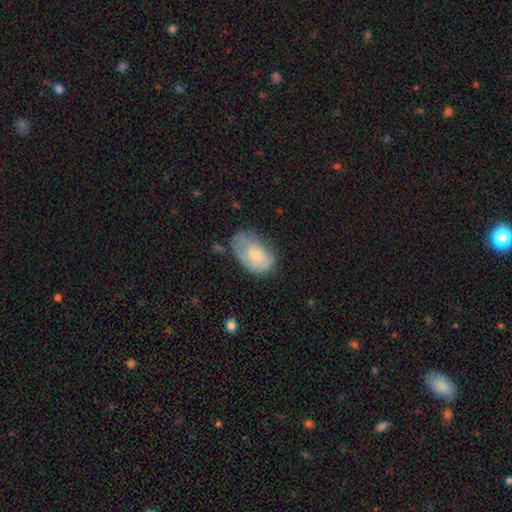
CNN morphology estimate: A smooth galaxy with no disk features (62%) that is in between round and cigar-shaped (89%).

Vote fractions:
- Smooth or featured? smooth: 62% / featured or disk: 31% / star or artifact: 6%
- How rounded? in between: 89% / round: 10% / cigar-shaped: 1%
- Merging? none: 43% / minor disturbance: 36% / major disturbance: 17% / merger: 3%